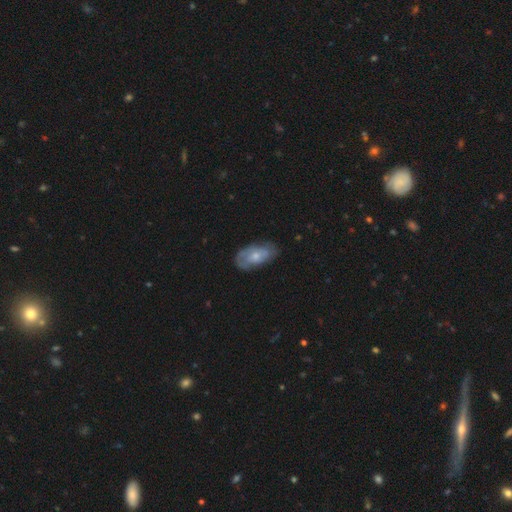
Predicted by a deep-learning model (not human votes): This appears to be a featured or disk galaxy (47%, tied with smooth). Merging: none (65%).